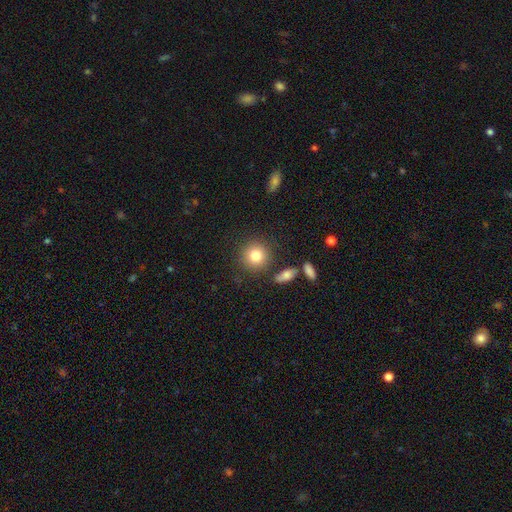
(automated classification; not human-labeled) Smooth or featured? smooth (81%)
How rounded? round (91%)
Merging? none (84%)